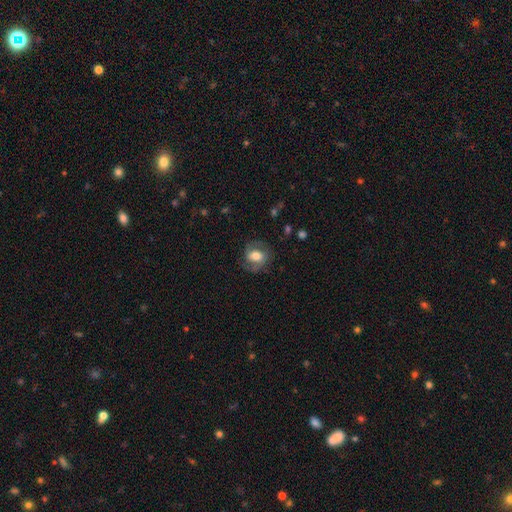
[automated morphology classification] A smooth galaxy with no disk features (47%). Merging: none (69%).